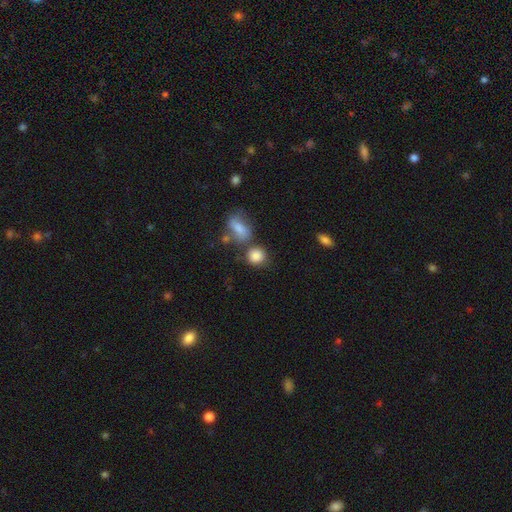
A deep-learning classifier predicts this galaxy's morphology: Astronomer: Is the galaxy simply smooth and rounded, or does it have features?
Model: smooth — 85%.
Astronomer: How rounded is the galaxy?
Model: round — 73%.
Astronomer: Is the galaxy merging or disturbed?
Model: none — 57%.